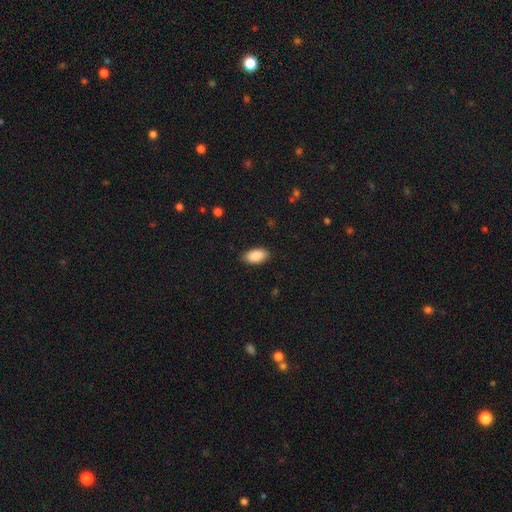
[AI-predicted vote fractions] A smooth galaxy with no disk features (90%) that is in between round and cigar-shaped (94%). Merging: none (86%).